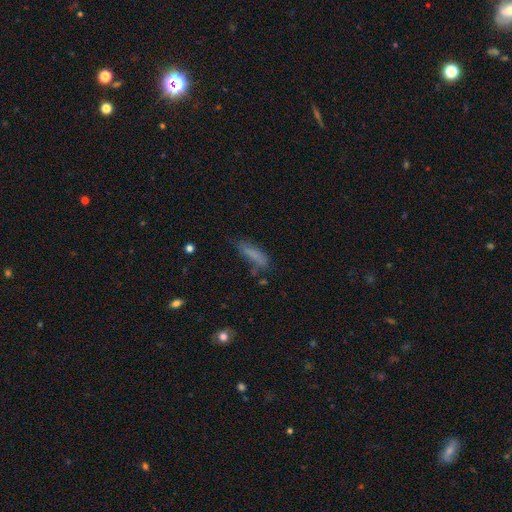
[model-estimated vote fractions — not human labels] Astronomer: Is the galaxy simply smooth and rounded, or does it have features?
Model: smooth — 64%.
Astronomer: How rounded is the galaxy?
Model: cigar-shaped — 70%.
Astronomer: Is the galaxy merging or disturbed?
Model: none — 58%.